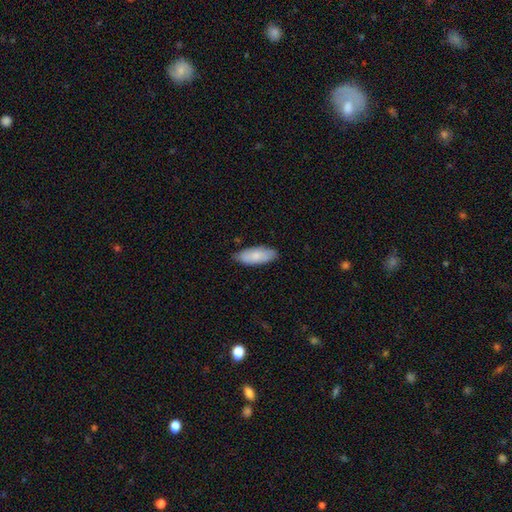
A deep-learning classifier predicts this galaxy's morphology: Smooth or featured?
  - smooth: 81% *
  - featured or disk: 14%
  - star or artifact: 6%
How rounded?
  - in between: 81% *
  - cigar-shaped: 17%
  - round: 2%
Merging?
  - none: 82% *
  - minor disturbance: 14%
  - major disturbance: 2%
  - merger: 1%